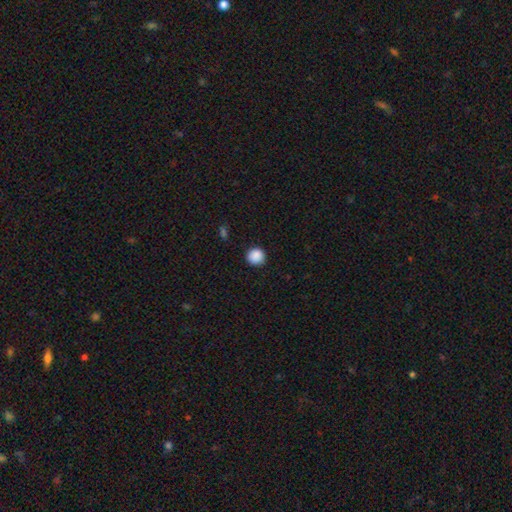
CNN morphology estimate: The model was most divided on "smooth or featured": smooth: 89%, star or artifact: 8%, featured or disk: 2%. More confident: how rounded — round (93%); merging — none (90%).